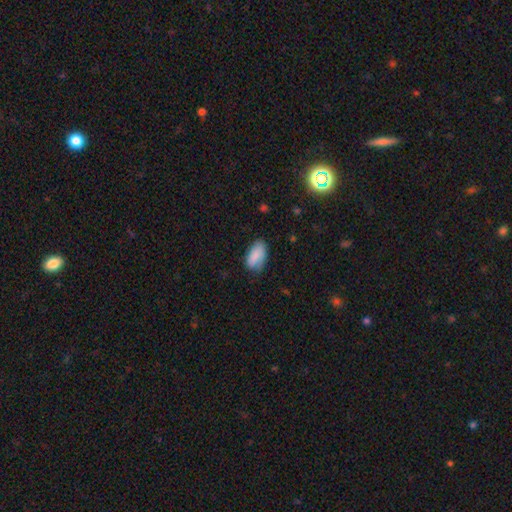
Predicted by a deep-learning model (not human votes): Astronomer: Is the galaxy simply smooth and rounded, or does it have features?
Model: smooth — 85%.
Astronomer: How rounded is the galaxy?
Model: in between — 93%.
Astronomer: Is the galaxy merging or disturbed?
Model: none — 64%.